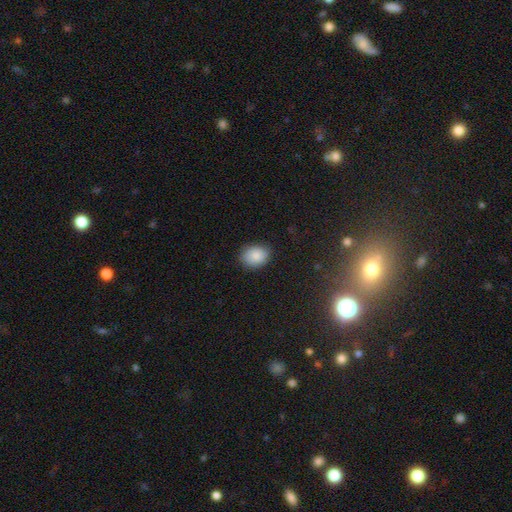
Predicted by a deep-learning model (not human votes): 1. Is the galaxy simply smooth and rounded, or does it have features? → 87% smooth, 8% star or artifact, 5% featured or disk.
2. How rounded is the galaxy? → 53% in between, 46% round, 1% cigar-shaped.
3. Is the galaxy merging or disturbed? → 83% none, 13% minor disturbance, 3% major disturbance, 1% merger.